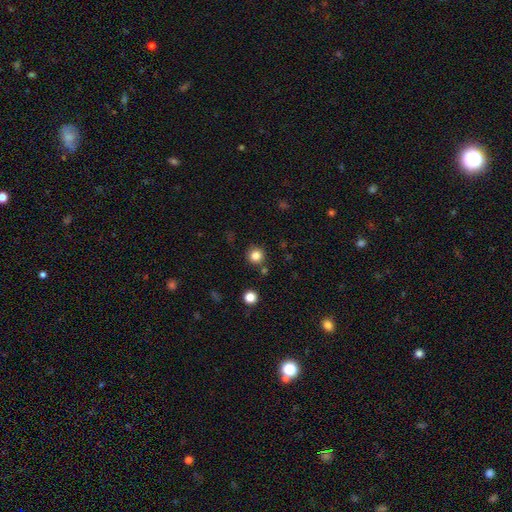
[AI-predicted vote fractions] Q: Smooth or featured?
A: smooth (83%); runner-up: star or artifact (12%)
Q: How rounded?
A: round (94%); runner-up: in between (5%)
Q: Merging?
A: none (85%); runner-up: minor disturbance (7%)